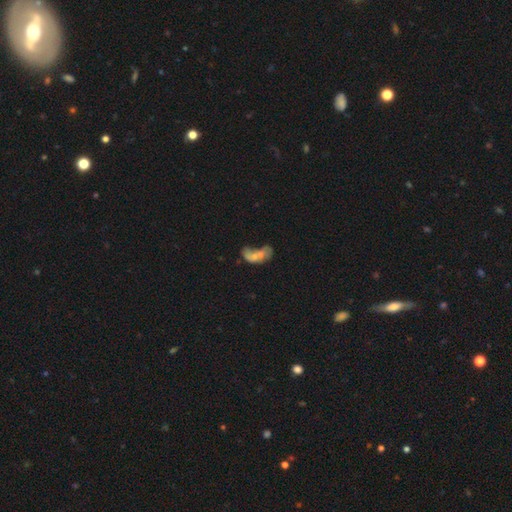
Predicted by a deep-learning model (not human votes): Smooth or featured? smooth (48%)
Merging? merger (56%)